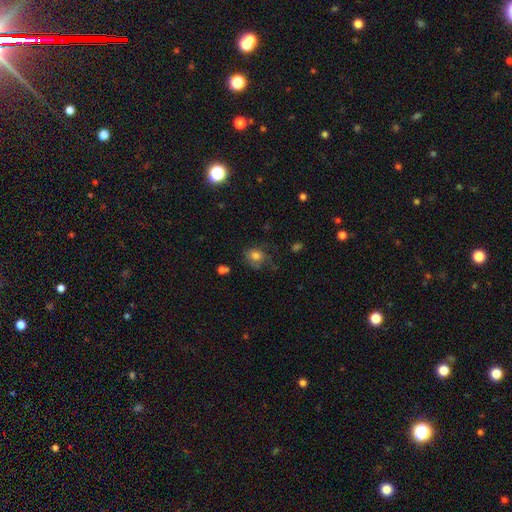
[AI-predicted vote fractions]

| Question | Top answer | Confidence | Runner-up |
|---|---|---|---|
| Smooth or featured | smooth | 69% | featured or disk (18%) |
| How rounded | round | 60% | in between (39%) |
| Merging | none | 54% | minor disturbance (27%) |